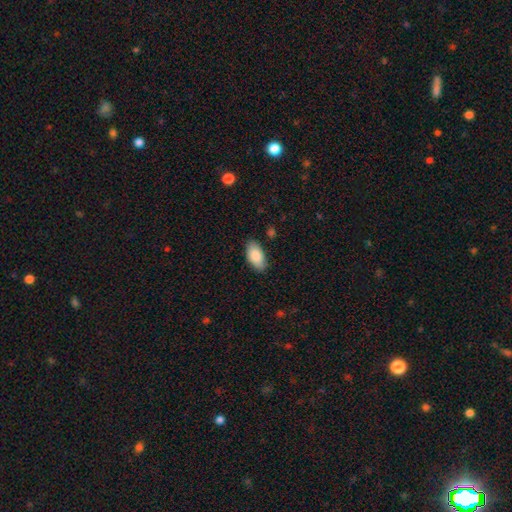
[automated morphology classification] smooth_or_featured: smooth (p=0.87) [alt: featured or disk p=0.07]
how_rounded: in between (p=0.94) [alt: cigar-shaped p=0.04]
merging: none (p=0.83) [alt: minor disturbance p=0.13]